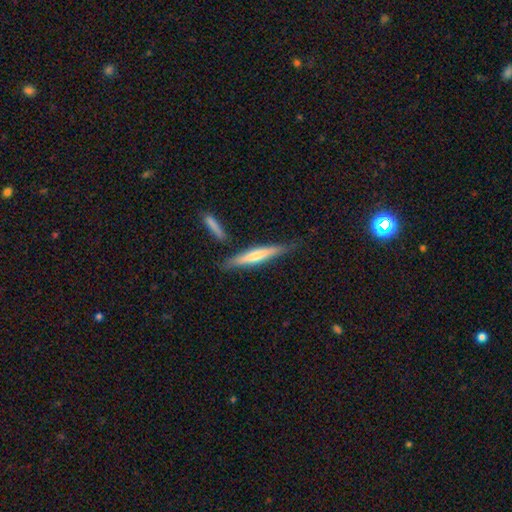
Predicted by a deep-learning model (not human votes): This appears to be a smooth galaxy with no disk features (54%) that is cigar-shaped (92%). Merging: none (77%).